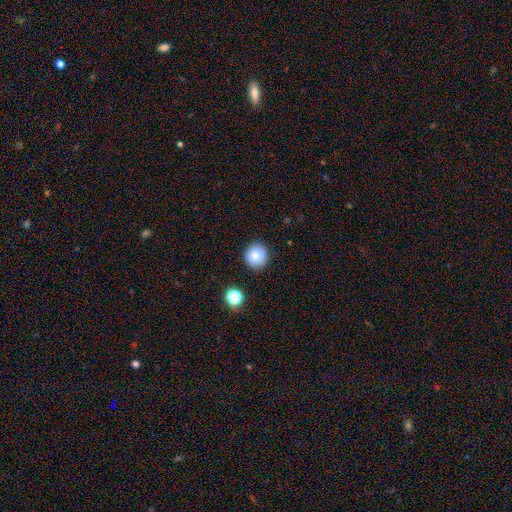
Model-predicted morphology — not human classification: This is clearly a smooth galaxy (83%). How rounded: clearly round (92%). Merging: clearly none (89%).